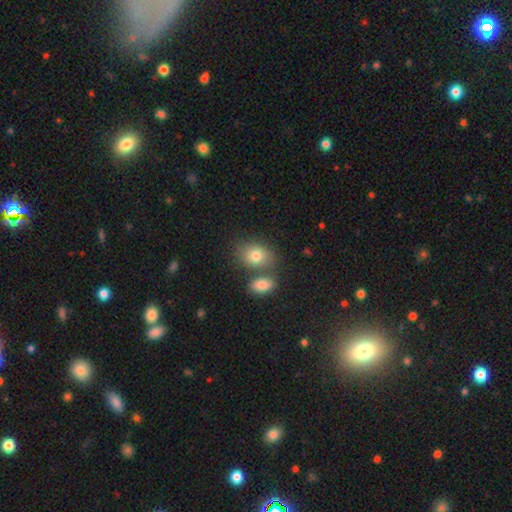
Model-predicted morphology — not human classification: This appears to be a smooth galaxy with no disk features (78%) that is in between round and cigar-shaped (67%). Merging: none (55%).